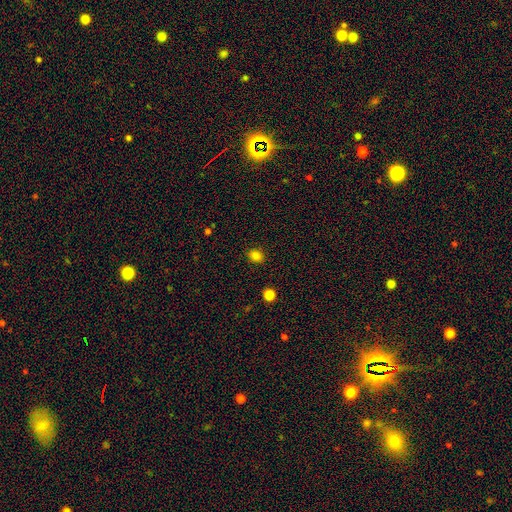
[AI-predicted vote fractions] Smooth or featured: smooth — 83% (star or artifact — 13%)
How rounded: round — 52% (in between — 47%)
Merging: none — 88% (minor disturbance — 8%)